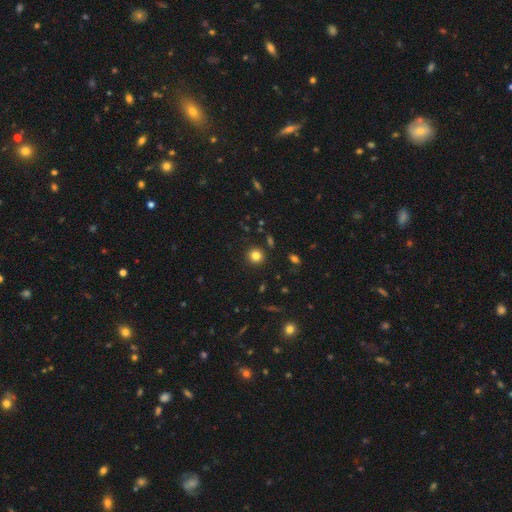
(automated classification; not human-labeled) smooth_or_featured: smooth (p=0.81) [alt: star or artifact p=0.13]
how_rounded: round (p=0.92) [alt: in between p=0.07]
merging: none (p=0.90) [alt: minor disturbance p=0.06]